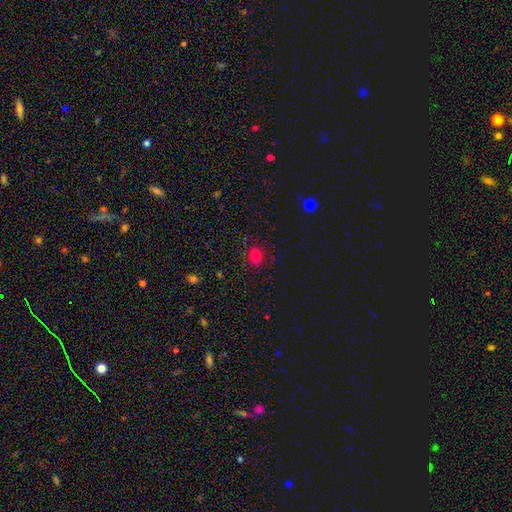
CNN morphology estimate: A smooth galaxy with no disk features (77%) that is round (67%). Merging: none (81%).